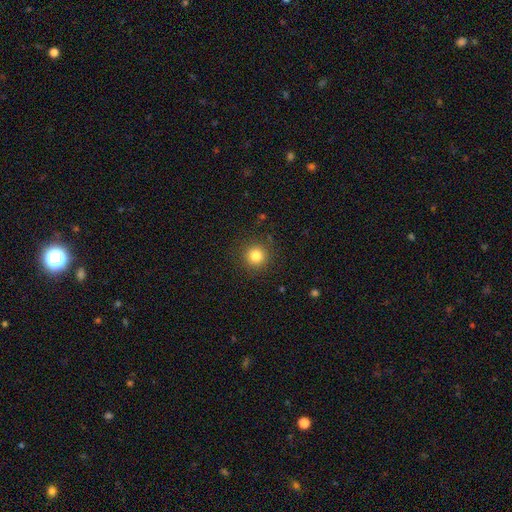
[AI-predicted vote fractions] This is clearly a smooth galaxy (82%). How rounded: clearly round (95%). Merging: clearly none (90%).